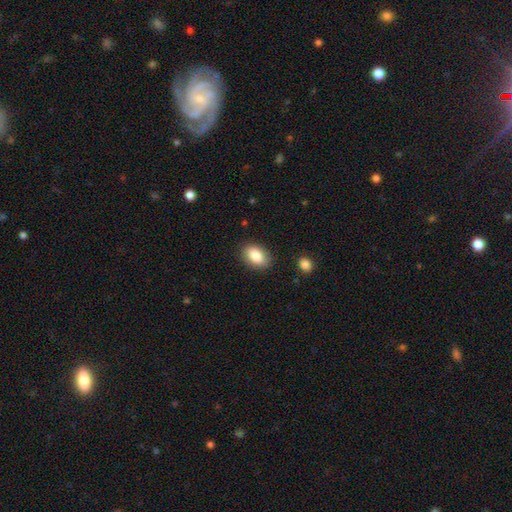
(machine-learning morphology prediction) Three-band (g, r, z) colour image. It shows a smooth galaxy with no disk features (85%) that is in between round and cigar-shaped (86%). Merging: none (86%).